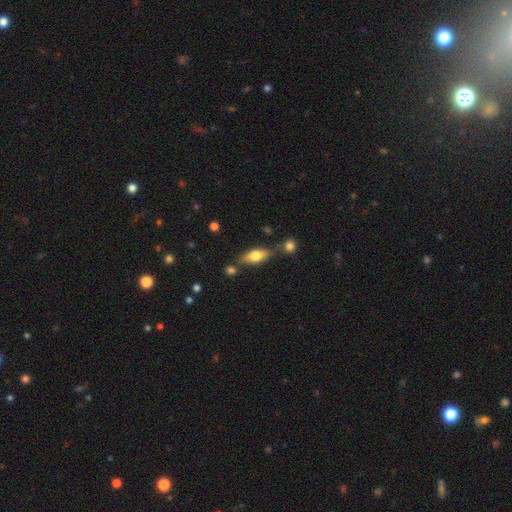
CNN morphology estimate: Smooth or featured?
  - smooth: 67% *
  - featured or disk: 25%
  - star or artifact: 7%
How rounded?
  - in between: 75% *
  - cigar-shaped: 22%
  - round: 4%
Merging?
  - none: 66% *
  - minor disturbance: 16%
  - merger: 13%
  - major disturbance: 4%